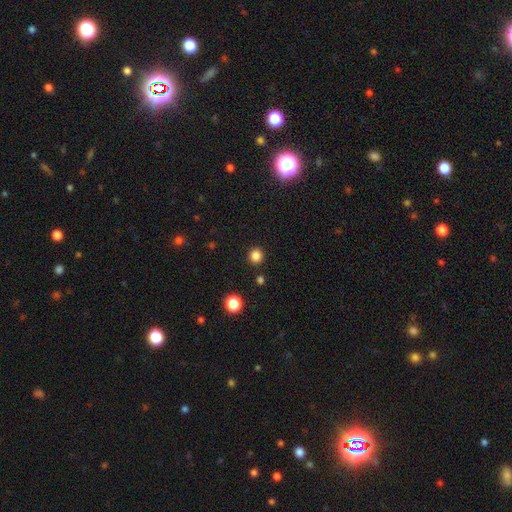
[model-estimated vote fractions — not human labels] smooth-or-featured: smooth: 83% | star or artifact: 13% | featured or disk: 3%
  how-rounded: round: 92% | in between: 7% | cigar-shaped: 1%
  merging: none: 91% | minor disturbance: 5% | merger: 2% | major disturbance: 2%